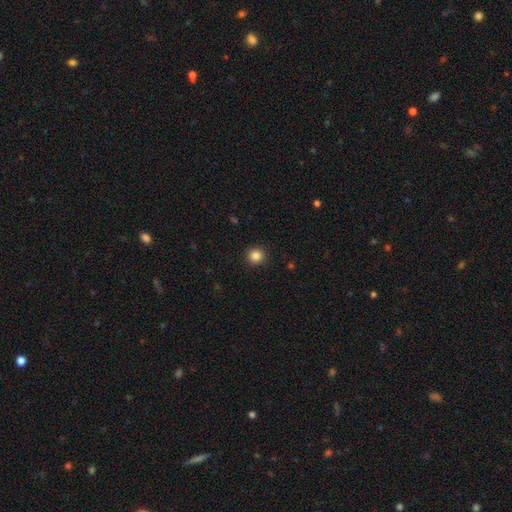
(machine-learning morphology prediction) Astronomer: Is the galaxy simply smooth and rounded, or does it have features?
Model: smooth — 85%.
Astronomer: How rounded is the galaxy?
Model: round — 94%.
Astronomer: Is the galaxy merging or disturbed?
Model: none — 92%.